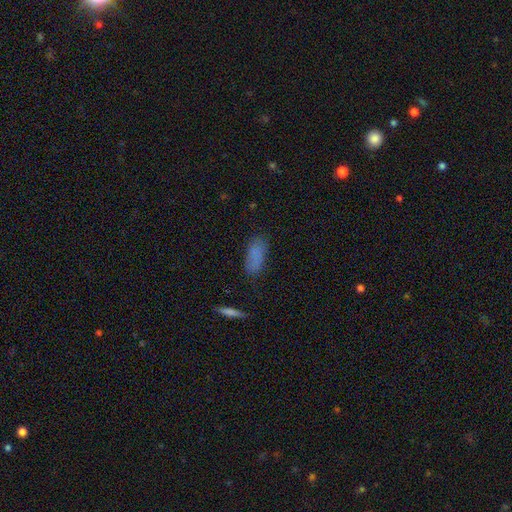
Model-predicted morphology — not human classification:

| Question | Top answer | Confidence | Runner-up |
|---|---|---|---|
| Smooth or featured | smooth | 82% | star or artifact (10%) |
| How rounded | in between | 77% | cigar-shaped (21%) |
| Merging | none | 75% | minor disturbance (18%) |